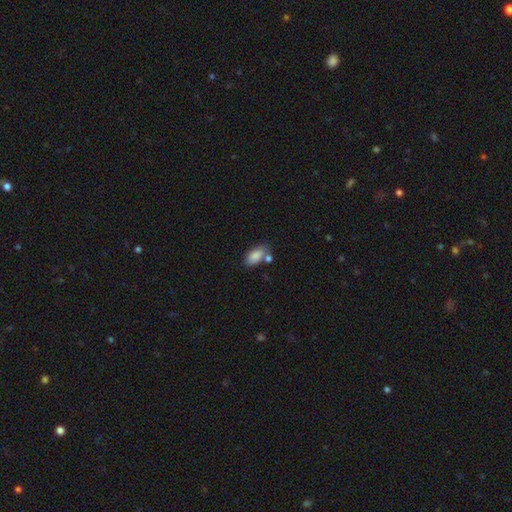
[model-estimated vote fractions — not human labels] smooth_or_featured: smooth (p=0.86) [alt: star or artifact p=0.07]
how_rounded: in between (p=0.92) [alt: round p=0.04]
merging: none (p=0.60) [alt: merger p=0.19]